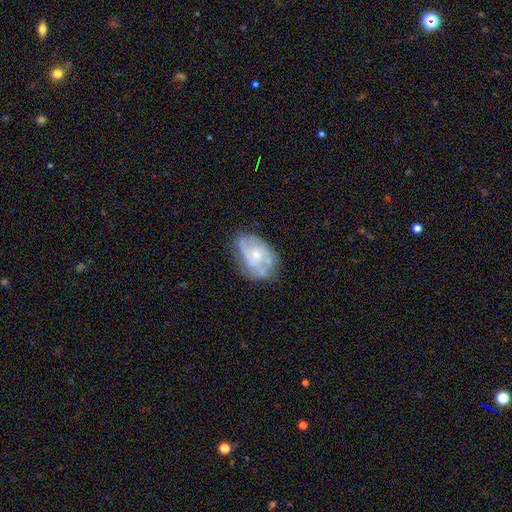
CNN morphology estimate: Q: Smooth or featured?
A: featured or disk (72%); runner-up: smooth (21%)
Q: Edge-on disk?
A: no (97%); runner-up: yes (3%)
Q: Bar?
A: no (75%); runner-up: weak (21%)
Q: Spiral arms?
A: yes (78%); runner-up: no (22%)
Q: Spiral winding?
A: medium (43%); runner-up: tight (36%)
Q: Spiral arm count?
A: 2 (37%); runner-up: can't tell (32%)
Q: Bulge size?
A: small (59%); runner-up: moderate (35%)
Q: Merging?
A: none (55%); runner-up: minor disturbance (27%)